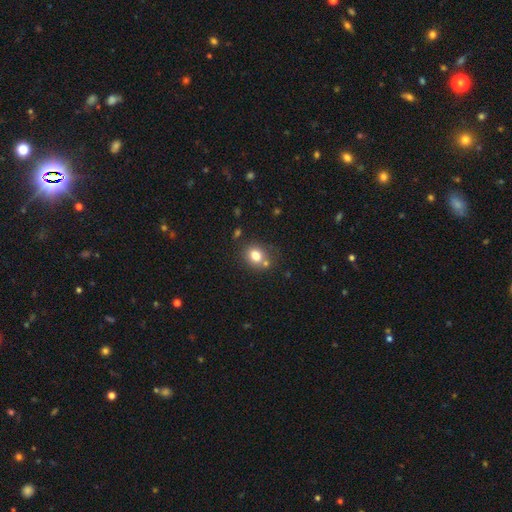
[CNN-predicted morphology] Overall: smooth (77%). How rounded: round (63%; in between 36%). Merging: none (67%).